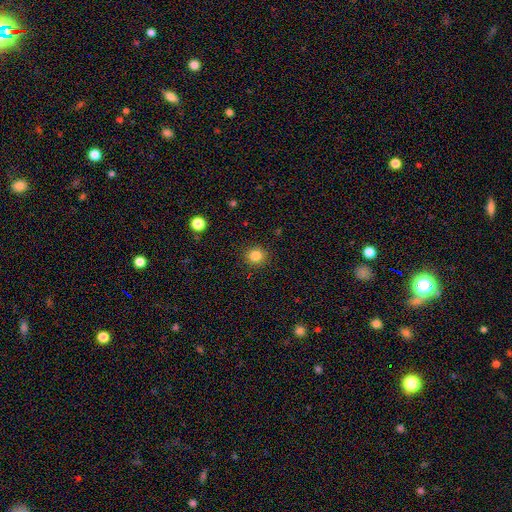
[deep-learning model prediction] smooth_or_featured: smooth (p=0.84) [alt: star or artifact p=0.11]
how_rounded: round (p=0.86) [alt: in between p=0.13]
merging: none (p=0.91) [alt: minor disturbance p=0.06]